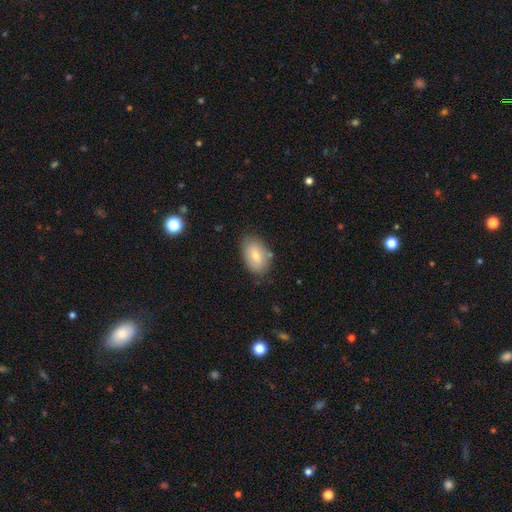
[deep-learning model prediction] Smooth or featured? Predicted: smooth (p=0.78). How rounded? Predicted: in between (p=0.90). Merging? Predicted: none (p=0.78).